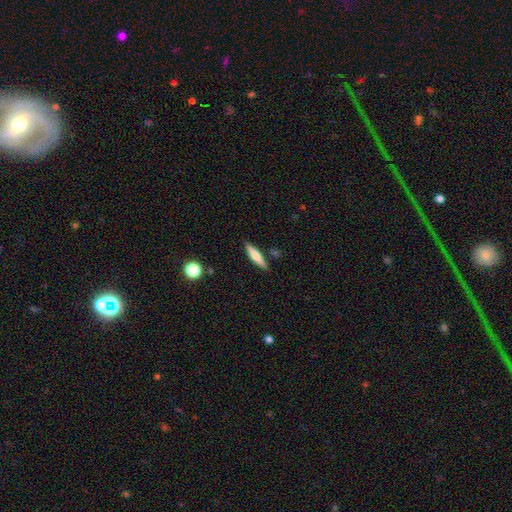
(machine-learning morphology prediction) Smooth or featured? Predicted: smooth (p=0.65). How rounded? Predicted: cigar-shaped (p=0.79). Merging? Predicted: none (p=0.84).